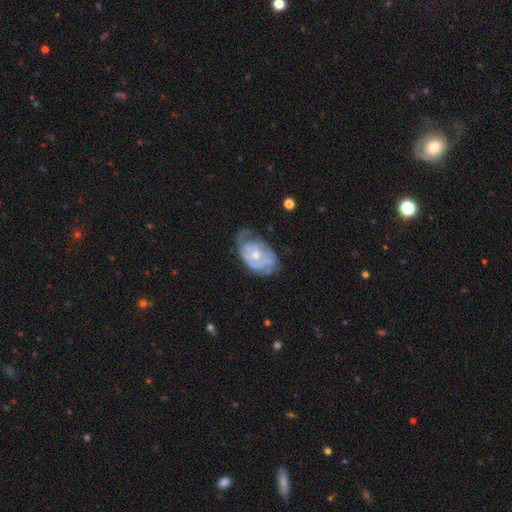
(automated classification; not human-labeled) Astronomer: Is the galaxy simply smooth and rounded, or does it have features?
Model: featured or disk — 76%.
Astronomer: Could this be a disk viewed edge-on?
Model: no — 96%.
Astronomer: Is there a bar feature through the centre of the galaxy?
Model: no — 74%.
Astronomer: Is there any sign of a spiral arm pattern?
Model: yes — 81%.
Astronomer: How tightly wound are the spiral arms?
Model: tight — 59%.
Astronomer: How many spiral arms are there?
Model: can't tell — 44% (runner-up: 2, 30%).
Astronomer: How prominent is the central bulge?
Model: moderate — 56% (runner-up: small, 38%).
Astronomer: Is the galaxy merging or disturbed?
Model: none — 47% (runner-up: minor disturbance, 32%).